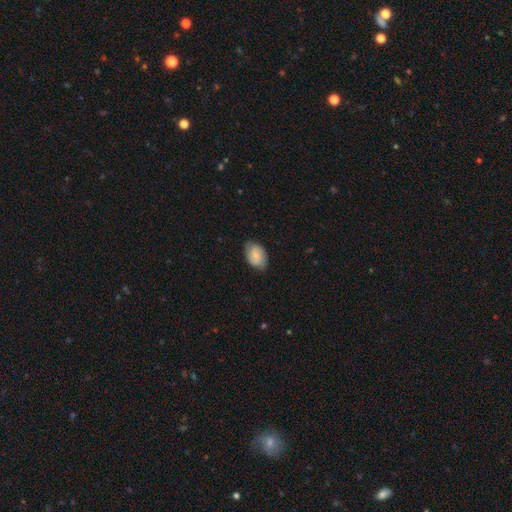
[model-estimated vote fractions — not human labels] Smooth or featured? smooth (76%)
How rounded? in between (83%)
Merging? none (74%)